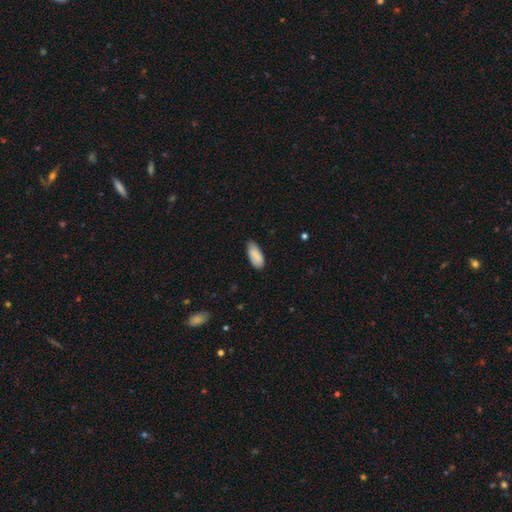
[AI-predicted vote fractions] Q: Smooth or featured?
A: smooth (88%); runner-up: star or artifact (6%)
Q: How rounded?
A: in between (88%); runner-up: cigar-shaped (10%)
Q: Merging?
A: none (72%); runner-up: minor disturbance (24%)